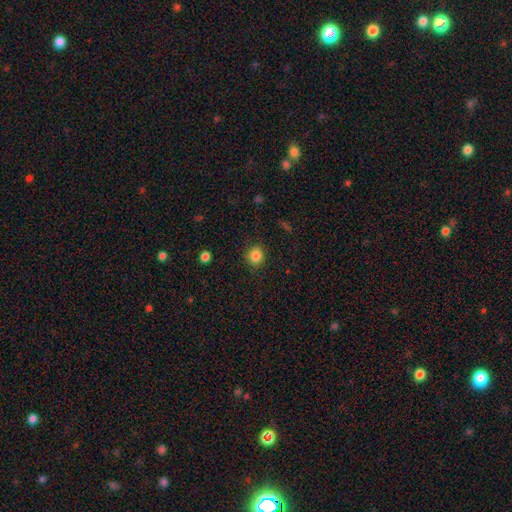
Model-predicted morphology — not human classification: Smooth or featured? Predicted: smooth (p=0.84). How rounded? Predicted: round (p=0.81). Merging? Predicted: none (p=0.87).